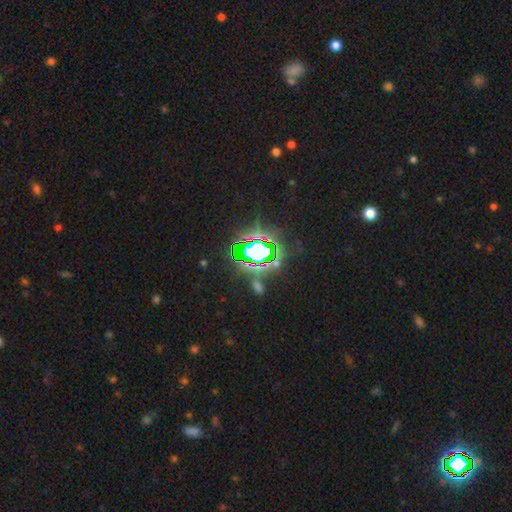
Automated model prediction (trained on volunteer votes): Smooth or featured? star or artifact (81%)